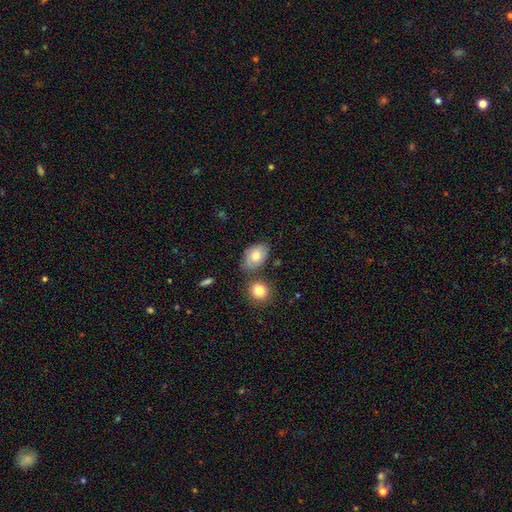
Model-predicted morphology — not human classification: smooth_or_featured: smooth (p=0.68) [alt: featured or disk p=0.24]
how_rounded: in between (p=0.84) [alt: round p=0.14]
merging: none (p=0.64) [alt: minor disturbance p=0.20]